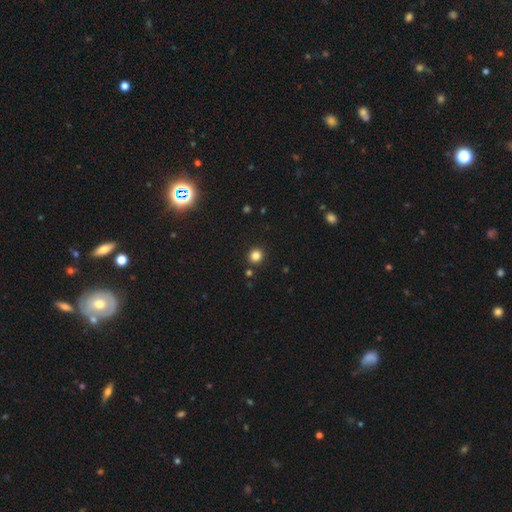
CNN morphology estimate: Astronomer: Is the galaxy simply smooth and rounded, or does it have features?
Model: smooth — 83%.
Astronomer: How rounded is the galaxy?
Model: round — 93%.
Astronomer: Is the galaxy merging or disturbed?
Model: none — 90%.